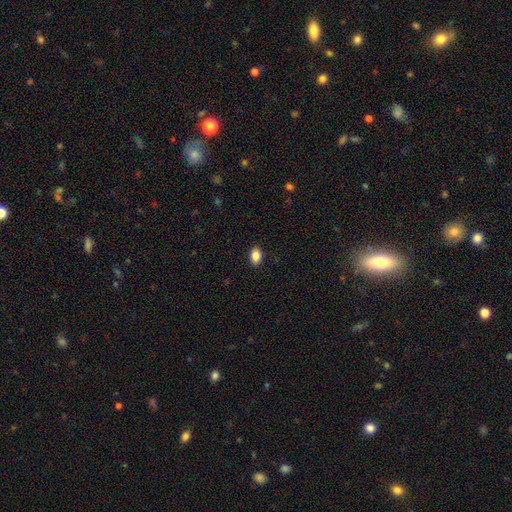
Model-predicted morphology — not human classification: Smooth or featured? Predicted: smooth (p=0.86). How rounded? Predicted: in between (p=0.85). Merging? Predicted: none (p=0.90).